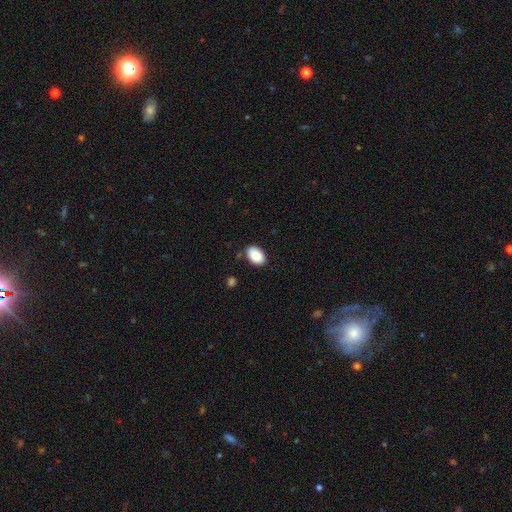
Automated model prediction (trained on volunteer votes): Morphology: type=smooth (89%); roundness=in between (90%); merging=none (84%).